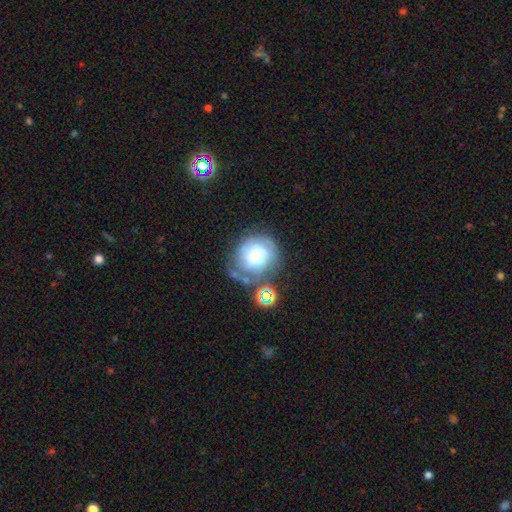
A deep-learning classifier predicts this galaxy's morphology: This is possibly a featured or disk galaxy (57%). It is clearly not viewed edge-on (97%). Bar: likely no (73%). Spiral arm pattern: likely yes (76%). Central bulge: possibly moderate (56%). Merging: possibly none (48%).